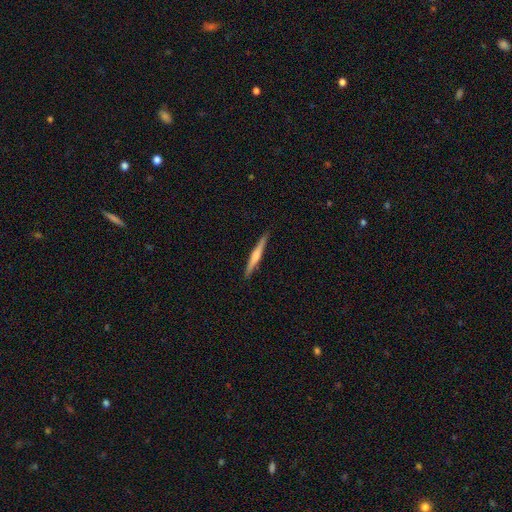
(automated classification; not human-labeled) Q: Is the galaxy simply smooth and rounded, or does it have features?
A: featured or disk — 54%.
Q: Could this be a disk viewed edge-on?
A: yes — 98%.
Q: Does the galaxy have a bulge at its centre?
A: rounded — 59%.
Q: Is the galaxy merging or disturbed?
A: none — 91%.